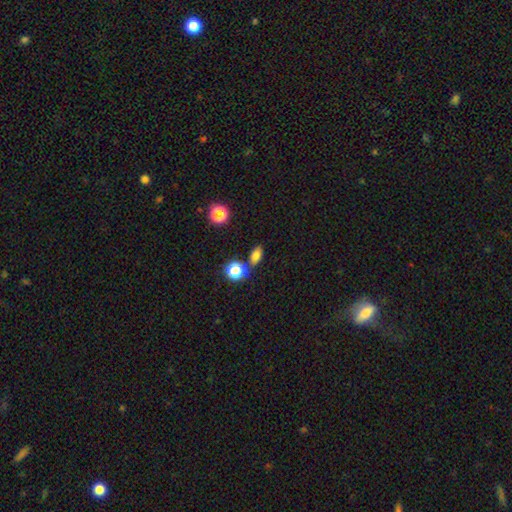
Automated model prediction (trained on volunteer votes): smooth-or-featured: smooth: 76% | star or artifact: 15% | featured or disk: 9%
  how-rounded: in between: 79% | round: 17% | cigar-shaped: 4%
  merging: none: 77% | minor disturbance: 11% | merger: 8% | major disturbance: 3%